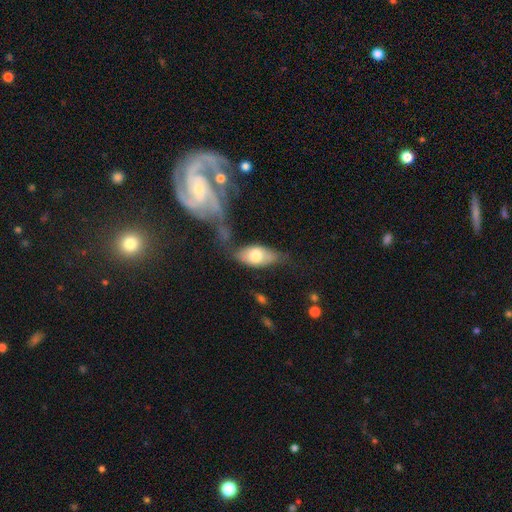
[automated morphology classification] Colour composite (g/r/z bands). It shows a smooth galaxy with no disk features (62%) that is in between round and cigar-shaped (89%). Merging: none (45%).